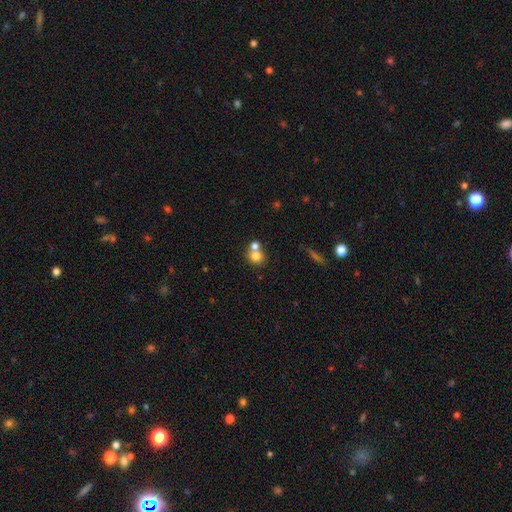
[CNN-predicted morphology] smooth_or_featured: smooth (p=0.75) [alt: featured or disk p=0.13]
how_rounded: round (p=0.81) [alt: in between p=0.17]
merging: merger (p=0.46) [alt: none p=0.44]